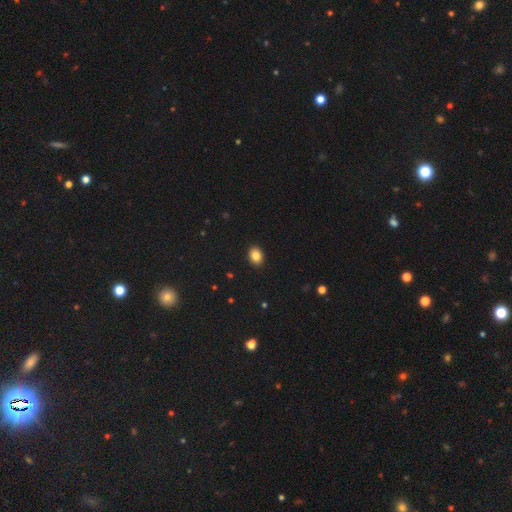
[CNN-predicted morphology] smooth_or_featured: smooth (p=0.85) [alt: star or artifact p=0.09]
how_rounded: in between (p=0.66) [alt: round p=0.33]
merging: none (p=0.91) [alt: minor disturbance p=0.06]